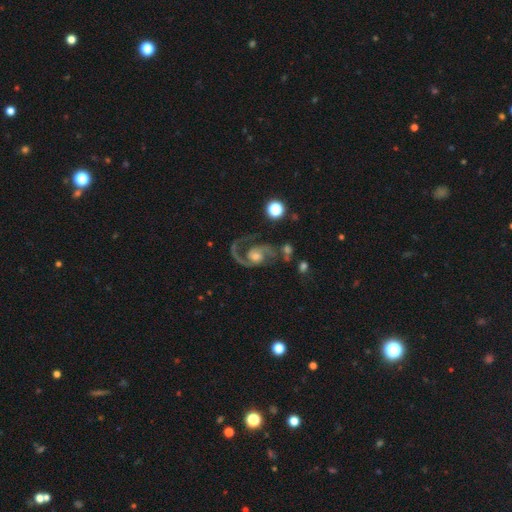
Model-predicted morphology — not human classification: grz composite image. It shows a featured or disk galaxy (88%) with no bar (65%), 2 (83%) medium (56%) spiral arms (97%) and a moderate central bulge (55%). Merging: none (59%).